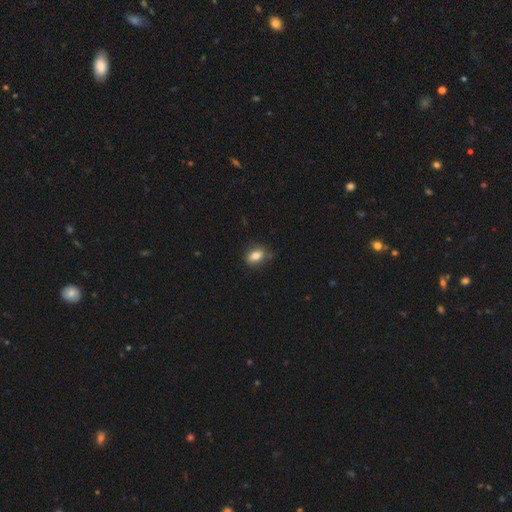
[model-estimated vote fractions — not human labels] This appears to be a smooth galaxy with no disk features (82%) that is in between round and cigar-shaped (77%). Merging: none (78%).